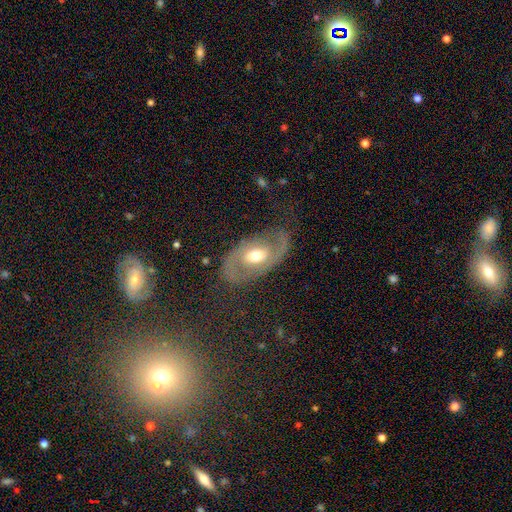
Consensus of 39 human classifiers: Smooth or featured: featured or disk — 51% (smooth — 41%)
Edge-on disk: no — 85% (yes — 15%)
Bar: no — 53% (weak — 35%)
Spiral arms: yes — 65% (no — 35%)
Spiral winding: tight — 64% (loose — 27%)
Spiral arm count: 1 — 36% (tied with can't tell — 36%)
Bulge size: moderate — 53% (large — 29%)
Merging: none — 81% (minor disturbance — 11%)